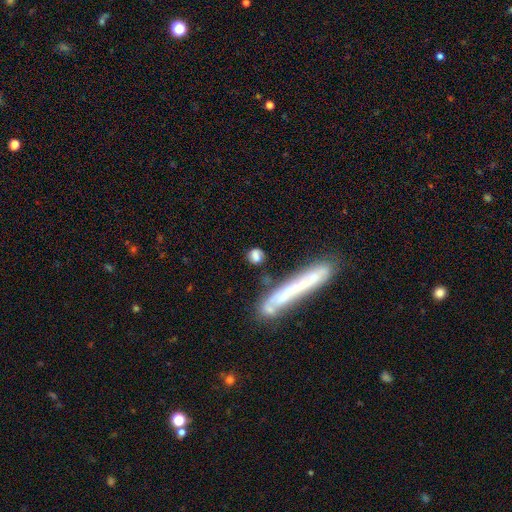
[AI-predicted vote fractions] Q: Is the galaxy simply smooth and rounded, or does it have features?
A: smooth — 73%.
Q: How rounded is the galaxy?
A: round — 45%.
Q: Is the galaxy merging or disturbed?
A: none — 65%.